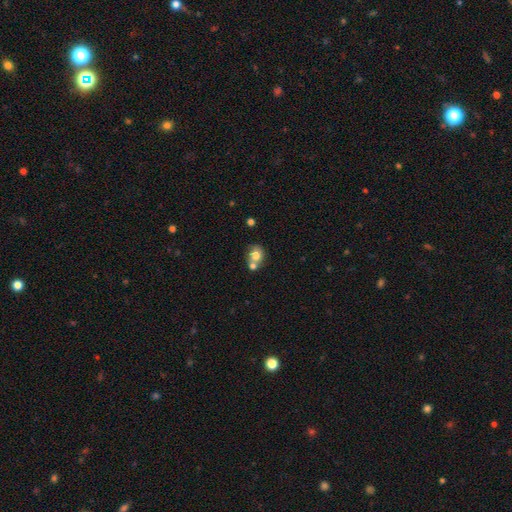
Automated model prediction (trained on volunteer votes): This appears to be a smooth galaxy with no disk features (75%) that is round (70%). Merging: none (44%).